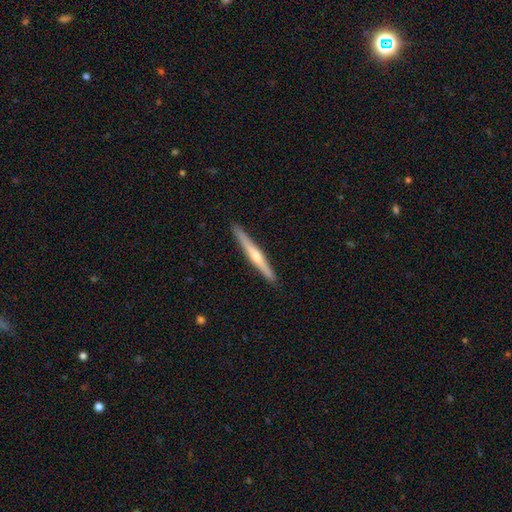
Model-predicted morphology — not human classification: This appears to be a featured or disk galaxy (61%) viewed edge-on (98%) with a rounded central bulge (73%). Merging: none (92%).